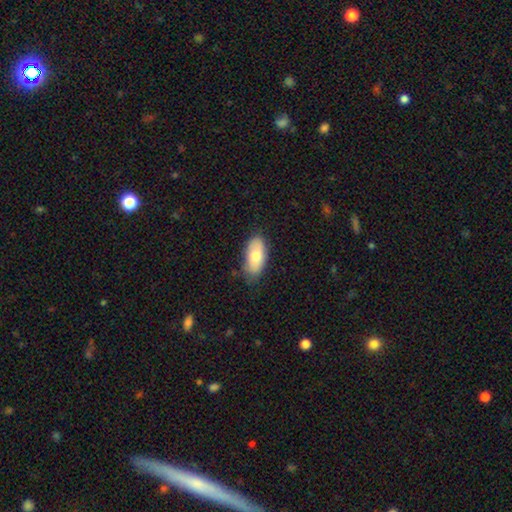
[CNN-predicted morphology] type=smooth (75%); roundness=in between (91%); merging=none (75%).